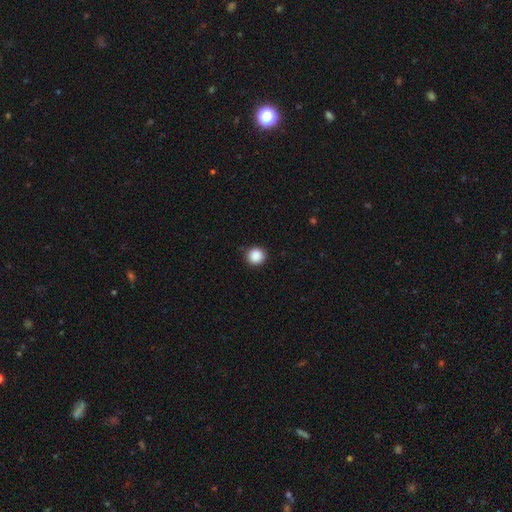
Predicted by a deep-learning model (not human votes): smooth-or-featured: smooth: 88% | star or artifact: 9% | featured or disk: 2%
  how-rounded: round: 94% | in between: 5% | cigar-shaped: 1%
  merging: none: 90% | minor disturbance: 7% | major disturbance: 2% | merger: 1%